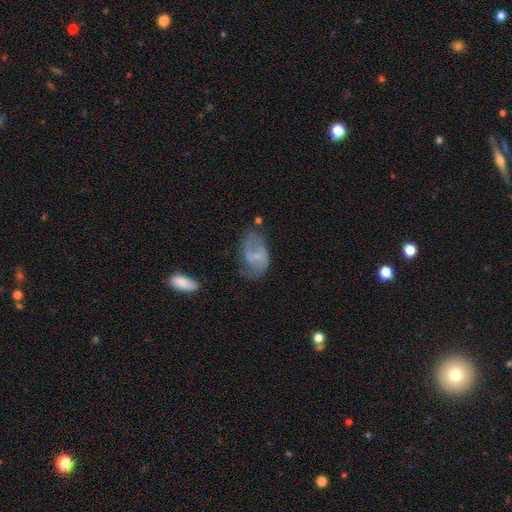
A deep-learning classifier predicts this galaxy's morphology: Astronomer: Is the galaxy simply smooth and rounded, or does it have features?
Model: featured or disk — 64%.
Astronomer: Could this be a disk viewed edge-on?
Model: no — 97%.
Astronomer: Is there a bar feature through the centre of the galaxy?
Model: weak — 50% (runner-up: no, 34%).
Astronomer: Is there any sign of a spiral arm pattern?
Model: yes — 81%.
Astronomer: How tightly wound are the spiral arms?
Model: loose — 44% (runner-up: medium, 42%).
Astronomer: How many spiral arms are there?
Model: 2 — 80%.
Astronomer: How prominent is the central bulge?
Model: small — 49% (runner-up: none, 33%).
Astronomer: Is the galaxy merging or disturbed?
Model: none — 53%.